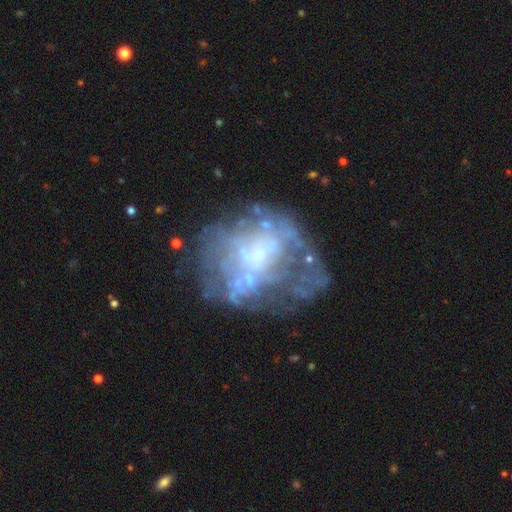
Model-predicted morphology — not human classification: featured or disk 69%, smooth 19%, star or artifact 12%. Down the decision tree: edge-on disk — no (97%); bar — no (81%); spiral arms — no (72%); bulge size — small (47%); merging — none (44%).